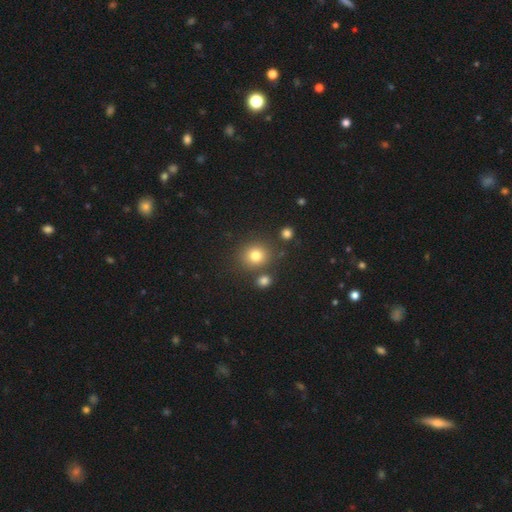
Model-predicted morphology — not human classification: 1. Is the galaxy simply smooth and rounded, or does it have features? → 79% smooth, 14% star or artifact, 8% featured or disk.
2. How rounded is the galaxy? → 84% round, 15% in between, 1% cigar-shaped.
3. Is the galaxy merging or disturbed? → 78% none, 10% merger, 9% minor disturbance, 3% major disturbance.